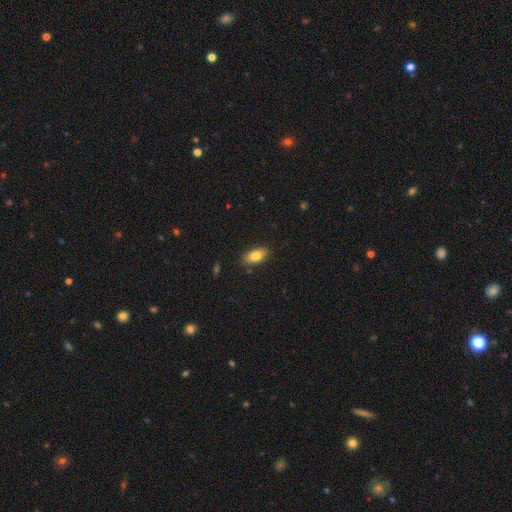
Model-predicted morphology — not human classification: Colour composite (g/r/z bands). It shows a smooth galaxy with no disk features (80%) that is in between round and cigar-shaped (90%). Merging: none (86%).